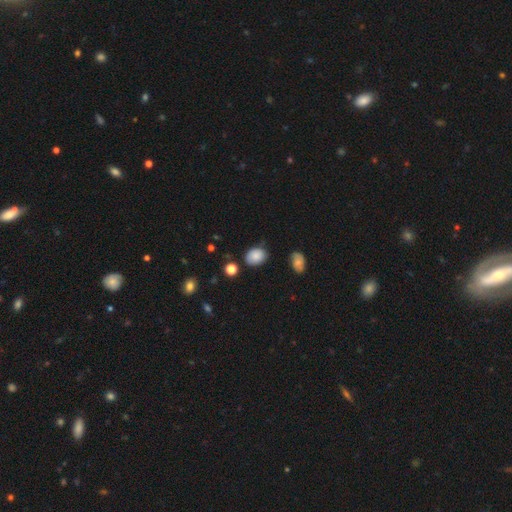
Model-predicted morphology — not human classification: This is clearly a smooth galaxy (82%). How rounded: likely in between (63%). Merging: likely none (74%).